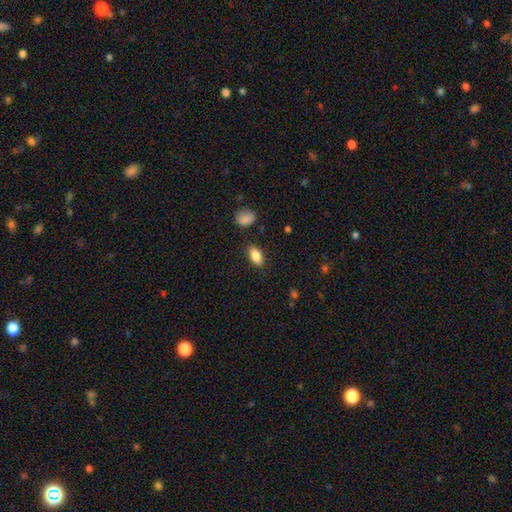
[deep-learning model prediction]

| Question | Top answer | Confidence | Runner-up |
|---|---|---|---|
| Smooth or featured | smooth | 85% | featured or disk (8%) |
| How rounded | in between | 90% | cigar-shaped (5%) |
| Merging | none | 86% | minor disturbance (9%) |